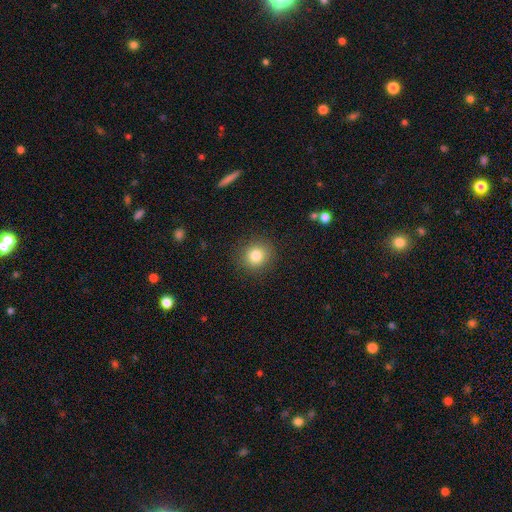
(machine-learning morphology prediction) A smooth galaxy with no disk features (82%) that is round (86%).

Vote fractions:
- Smooth or featured? smooth: 82% / star or artifact: 11% / featured or disk: 7%
- How rounded? round: 86% / in between: 13% / cigar-shaped: 1%
- Merging? none: 89% / minor disturbance: 8% / major disturbance: 3% / merger: 1%